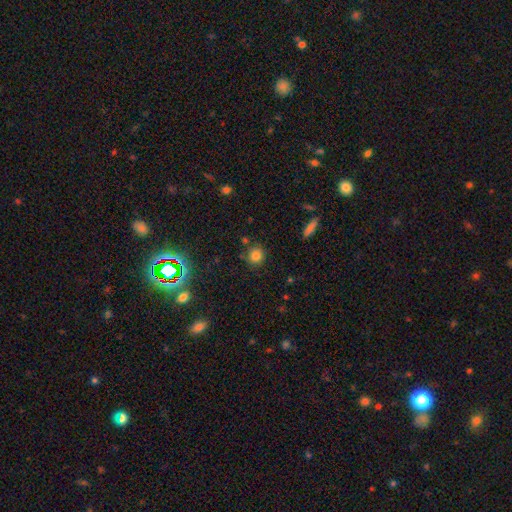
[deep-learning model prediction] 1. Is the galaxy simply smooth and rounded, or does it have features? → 79% smooth, 15% star or artifact, 6% featured or disk.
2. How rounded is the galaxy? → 89% round, 10% in between, 1% cigar-shaped.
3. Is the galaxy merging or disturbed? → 80% none, 12% minor disturbance, 5% merger, 3% major disturbance.